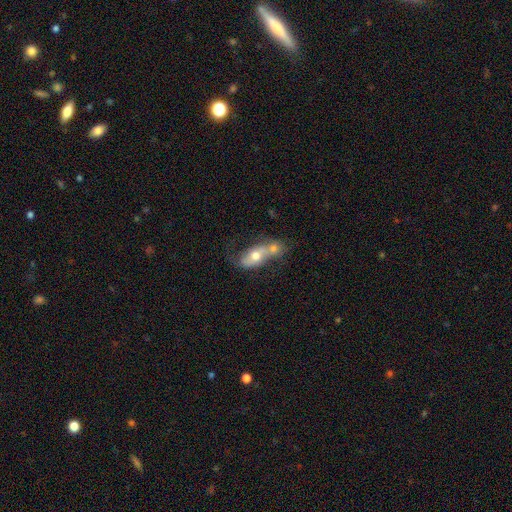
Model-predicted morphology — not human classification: smooth_or_featured: smooth (p=0.51) [alt: featured or disk p=0.41]
how_rounded: in between (p=0.79) [alt: cigar-shaped p=0.11]
merging: merger (p=0.58) [alt: none p=0.22]